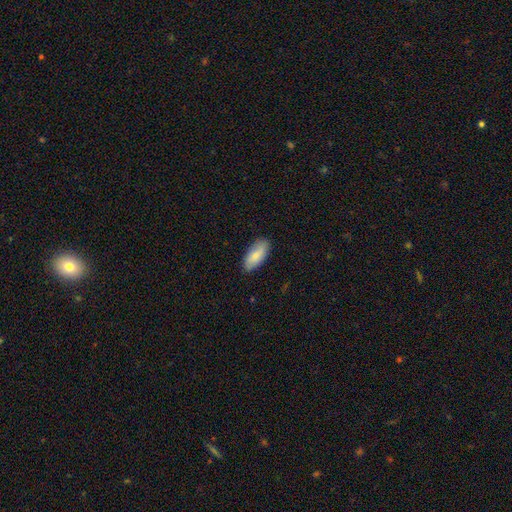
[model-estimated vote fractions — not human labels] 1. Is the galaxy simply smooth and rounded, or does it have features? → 82% smooth, 12% featured or disk, 6% star or artifact.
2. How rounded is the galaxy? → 89% in between, 10% cigar-shaped, 2% round.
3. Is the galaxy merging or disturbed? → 85% none, 12% minor disturbance, 2% major disturbance, 1% merger.